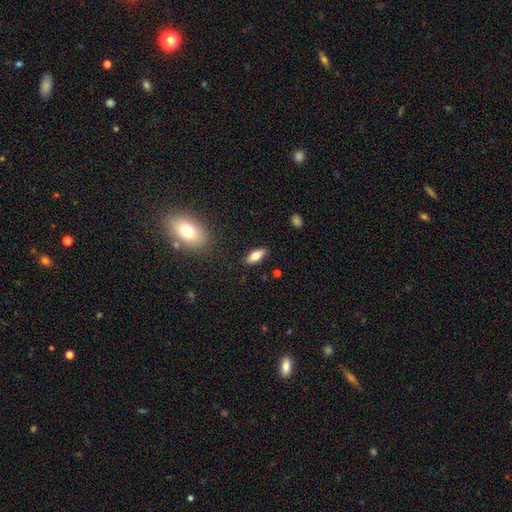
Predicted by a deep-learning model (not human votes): smooth_or_featured: smooth (p=0.73) [alt: featured or disk p=0.20]
how_rounded: in between (p=0.76) [alt: cigar-shaped p=0.22]
merging: none (p=0.86) [alt: minor disturbance p=0.10]